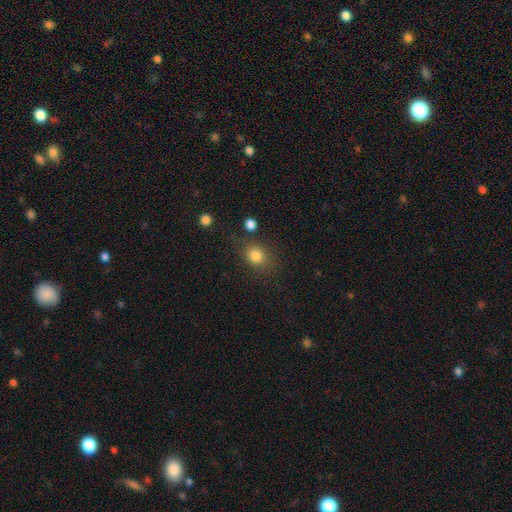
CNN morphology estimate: smooth 81%, star or artifact 12%, featured or disk 7%. Down the decision tree: how rounded — round (64%); merging — none (70%).